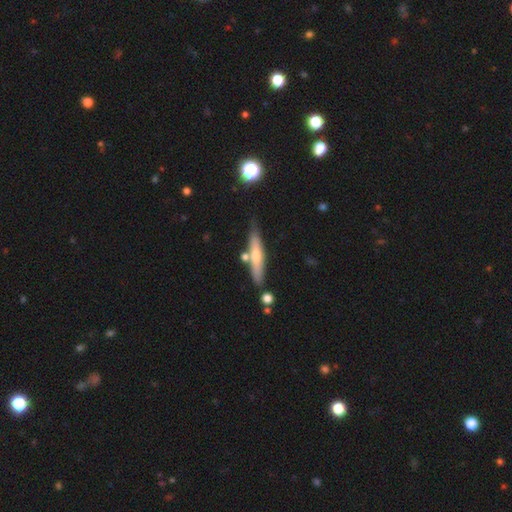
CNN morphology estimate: A featured or disk galaxy (47%).

Vote fractions:
- Smooth or featured? featured or disk: 47% / smooth: 46% / star or artifact: 7%
- Merging? none: 75% / minor disturbance: 14% / merger: 8% / major disturbance: 3%